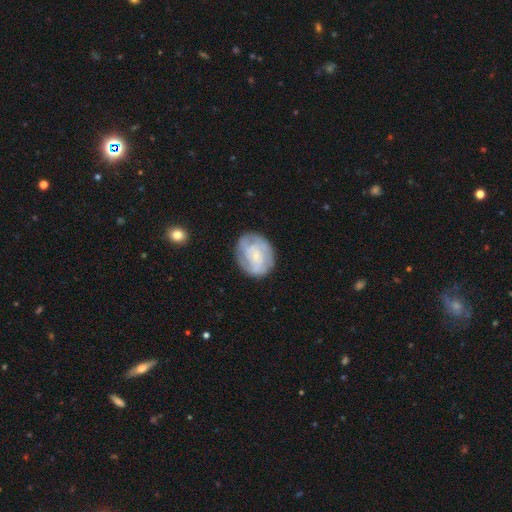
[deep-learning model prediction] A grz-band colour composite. It shows a featured or disk galaxy (66%) with no bar (68%), tight (56%) spiral arms (79%) and a small central bulge (68%). Merging: none (71%).